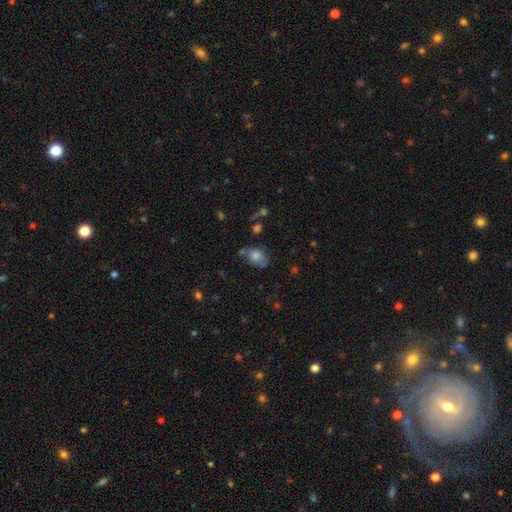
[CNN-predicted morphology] smooth_or_featured: smooth (p=0.74) [alt: featured or disk p=0.15]
how_rounded: in between (p=0.65) [alt: round p=0.34]
merging: none (p=0.50) [alt: minor disturbance p=0.29]